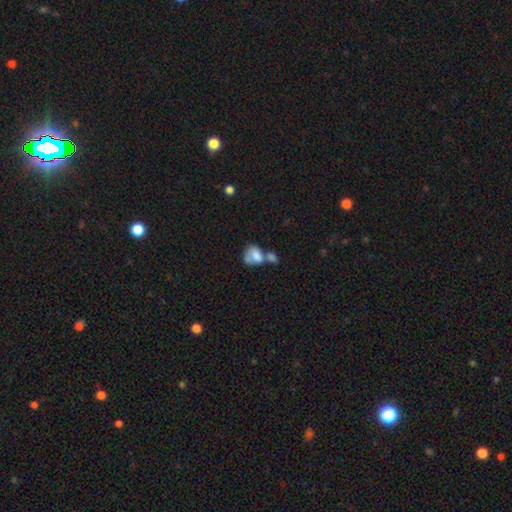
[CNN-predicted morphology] smooth 69%, featured or disk 22%, star or artifact 9%. Down the decision tree: how rounded — in between (66%); merging — merger (58%).